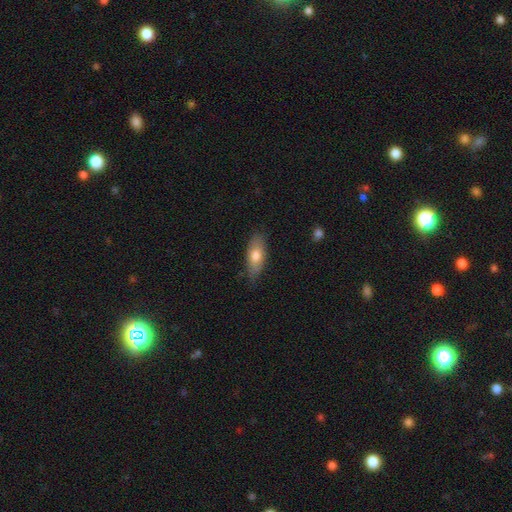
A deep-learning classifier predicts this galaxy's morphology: smooth-or-featured: smooth: 73% | featured or disk: 21% | star or artifact: 6%
  how-rounded: in between: 77% | cigar-shaped: 19% | round: 3%
  merging: none: 75% | minor disturbance: 20% | major disturbance: 3% | merger: 1%